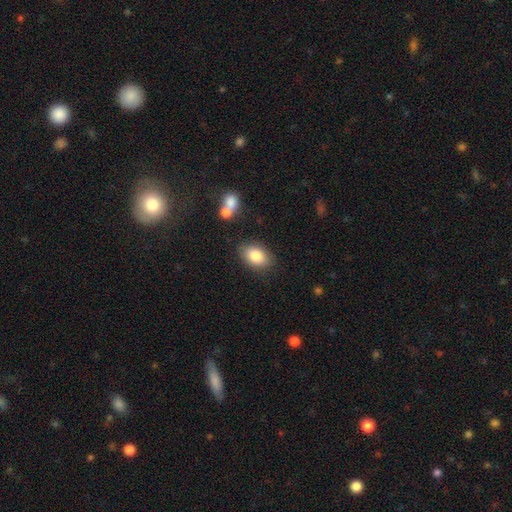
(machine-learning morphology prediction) Overall: smooth (83%). How rounded: in between (88%). Merging: none (81%).